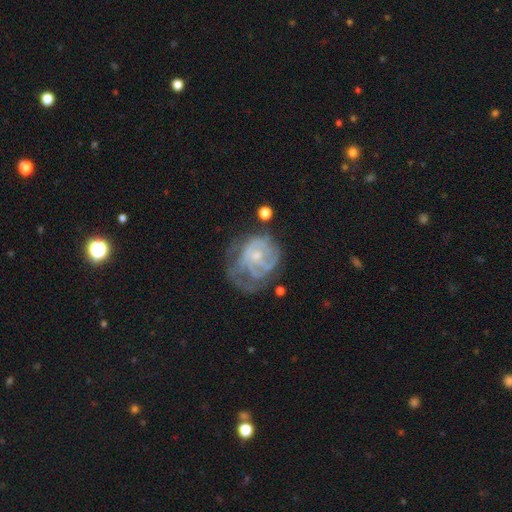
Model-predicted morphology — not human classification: type=featured or disk (74%); edge-on=no (98%); bar=no (74%); spiral arms=yes (73%); winding=tight (56%); arm count=can't tell (53%); bulge=small (57%); merging=none (37%).